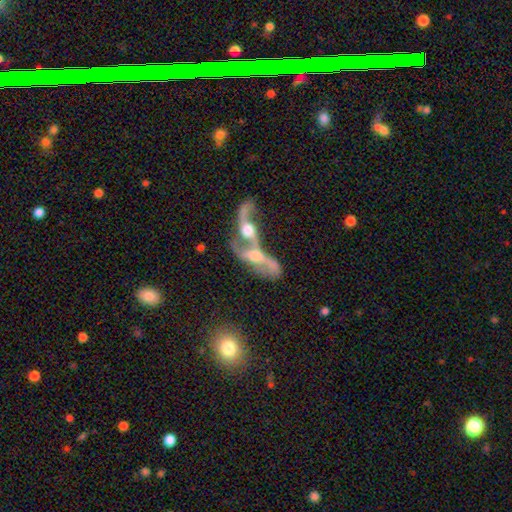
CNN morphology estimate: smooth_or_featured: featured or disk (p=0.68) [alt: smooth p=0.22]
disk_edge_on: no (p=0.86) [alt: yes p=0.14]
bar: no (p=0.64) [alt: weak p=0.26]
has_spiral_arms: yes (p=0.69) [alt: no p=0.31]
bulge_size: moderate (p=0.53) [alt: small p=0.19]
merging: merger (p=0.73) [alt: major disturbance p=0.11]